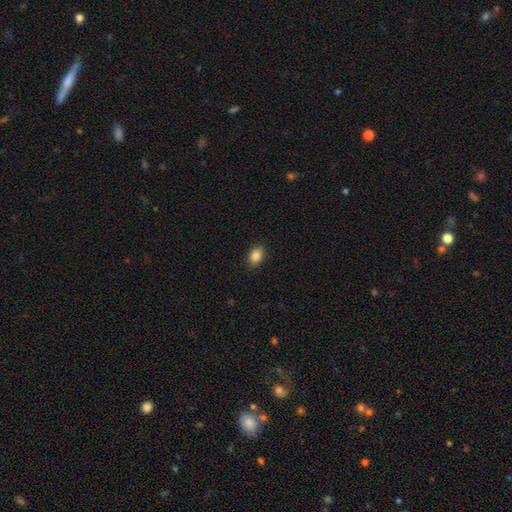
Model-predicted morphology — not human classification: This appears to be a smooth galaxy with no disk features (86%) that is in between round and cigar-shaped (82%). Merging: none (89%).